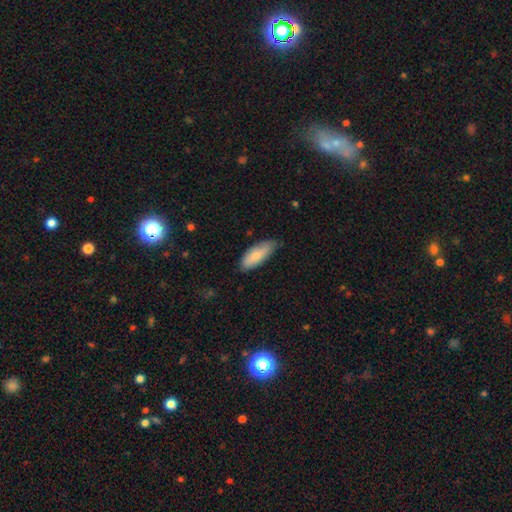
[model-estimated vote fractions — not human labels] Smooth or featured? smooth (80%)
How rounded? in between (74%)
Merging? none (69%)